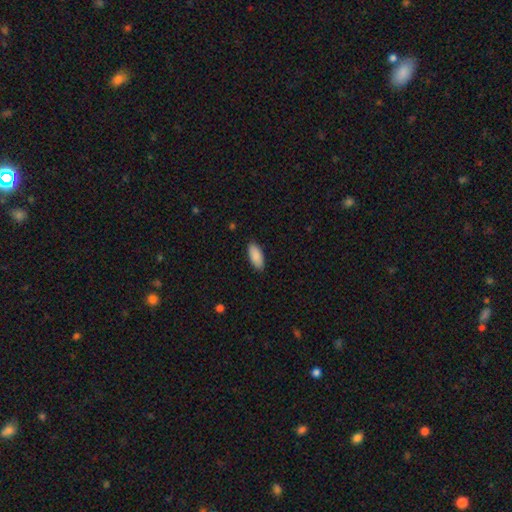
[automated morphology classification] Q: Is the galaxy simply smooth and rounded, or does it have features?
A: smooth — 90%.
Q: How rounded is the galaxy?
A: in between — 85%.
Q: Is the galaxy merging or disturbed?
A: none — 88%.